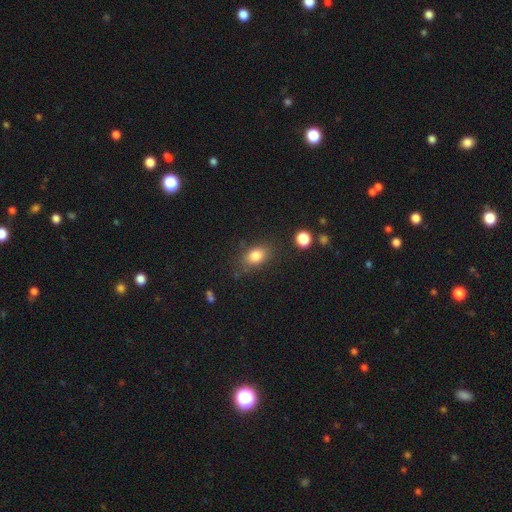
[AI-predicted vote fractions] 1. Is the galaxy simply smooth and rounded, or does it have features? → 82% smooth, 10% star or artifact, 9% featured or disk.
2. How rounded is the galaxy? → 77% in between, 20% round, 2% cigar-shaped.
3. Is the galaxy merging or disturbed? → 76% none, 16% minor disturbance, 5% major disturbance, 3% merger.